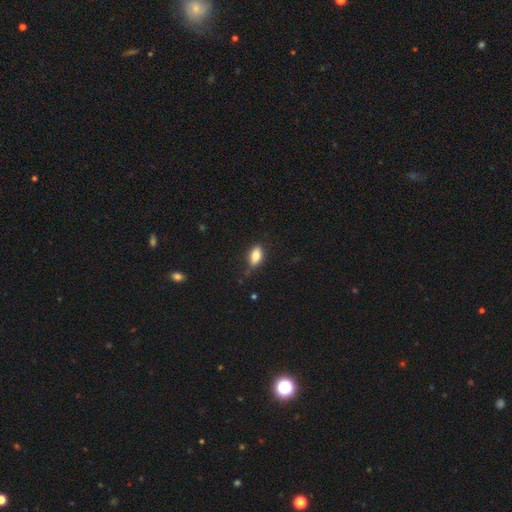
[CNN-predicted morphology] Smooth or featured?
  - smooth: 82% *
  - featured or disk: 11%
  - star or artifact: 8%
How rounded?
  - in between: 88% *
  - cigar-shaped: 7%
  - round: 5%
Merging?
  - none: 78% *
  - minor disturbance: 17%
  - major disturbance: 3%
  - merger: 1%